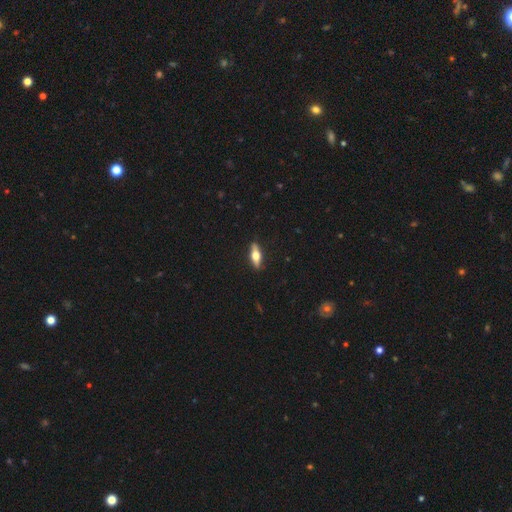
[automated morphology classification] smooth_or_featured: featured or disk (p=0.51) [alt: smooth p=0.43]
disk_edge_on: yes (p=0.92) [alt: no p=0.08]
merging: none (p=0.90) [alt: minor disturbance p=0.08]